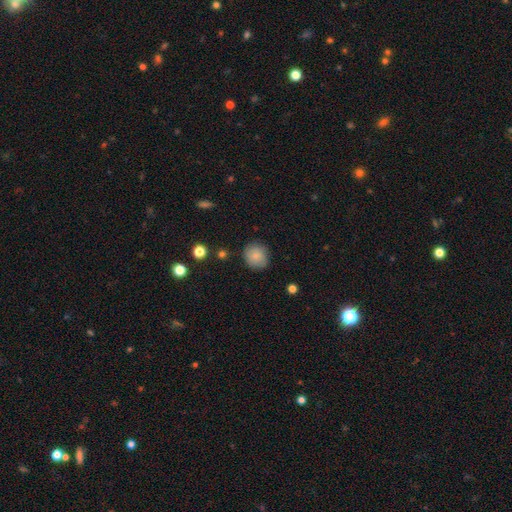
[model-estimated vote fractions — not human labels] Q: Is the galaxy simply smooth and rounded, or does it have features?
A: smooth — 83%.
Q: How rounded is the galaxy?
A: round — 82%.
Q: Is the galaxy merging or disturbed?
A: none — 81%.